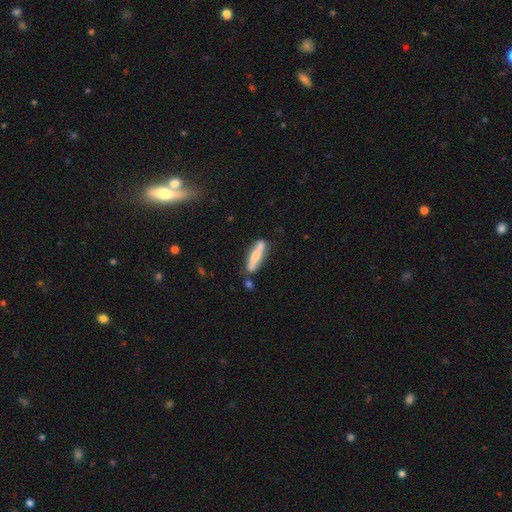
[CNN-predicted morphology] Smooth or featured? Predicted: smooth (p=0.58). How rounded? Predicted: cigar-shaped (p=0.79). Merging? Predicted: none (p=0.72).